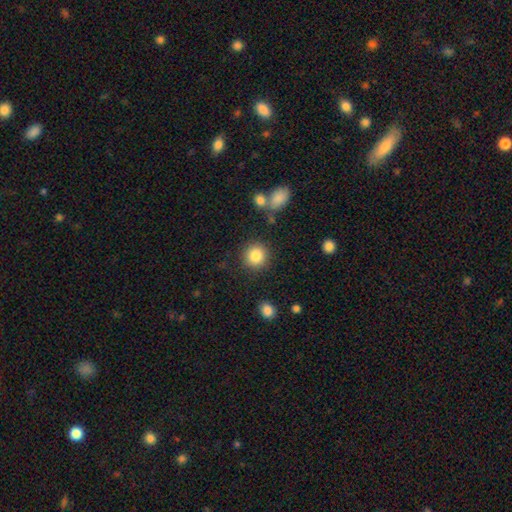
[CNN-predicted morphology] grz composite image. It shows a smooth galaxy with no disk features (86%) that is round (92%). Merging: none (87%).